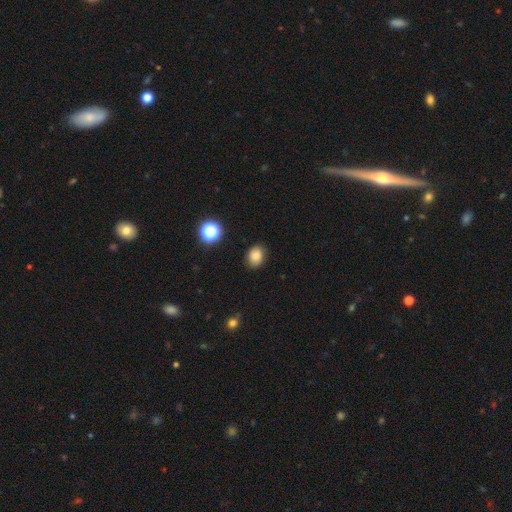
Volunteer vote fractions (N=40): A smooth galaxy with no disk features (92%) that is in between round and cigar-shaped (59%). Merging: none (71%).